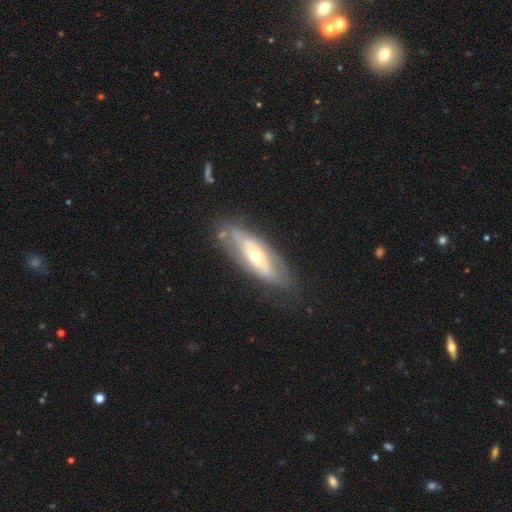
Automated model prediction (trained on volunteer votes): A featured or disk galaxy (64%). Merging: none (71%).